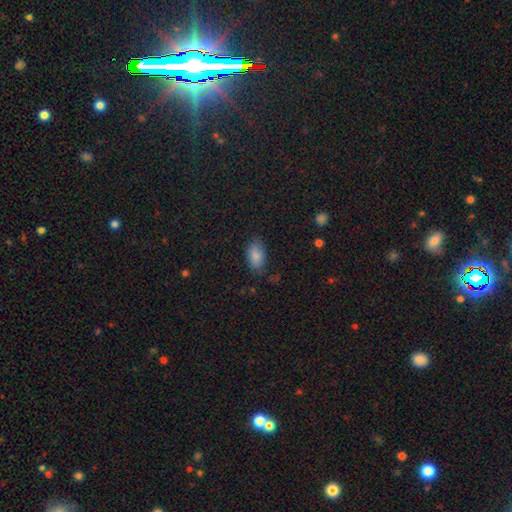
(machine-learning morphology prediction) type=smooth (85%); roundness=in between (93%); merging=none (74%).